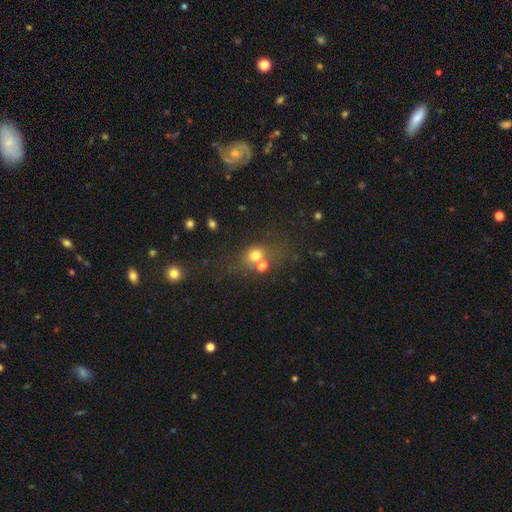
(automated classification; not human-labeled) Smooth or featured?
  - smooth: 69% *
  - star or artifact: 17%
  - featured or disk: 14%
How rounded?
  - round: 66% *
  - in between: 32%
  - cigar-shaped: 1%
Merging?
  - none: 46% *
  - merger: 35%
  - minor disturbance: 12%
  - major disturbance: 7%